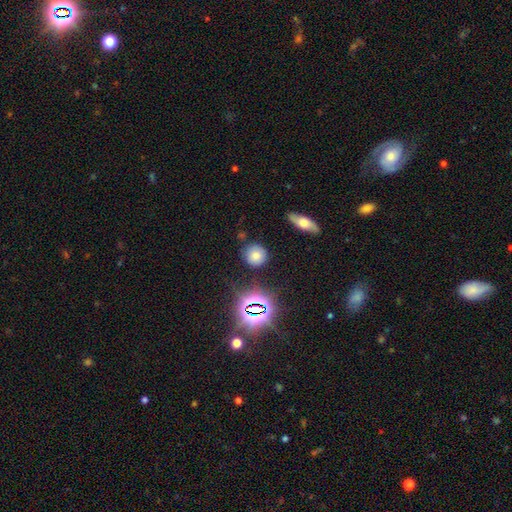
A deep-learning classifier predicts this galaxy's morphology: type=smooth (70%); roundness=round (90%); merging=none (83%).